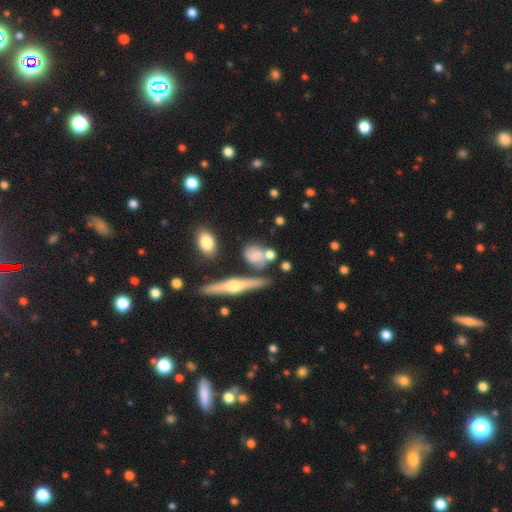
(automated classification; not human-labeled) Overall: smooth (58%; featured or disk 32%). How rounded: round (50%; in between 42%). Merging: none (58%; minor disturbance 19%).